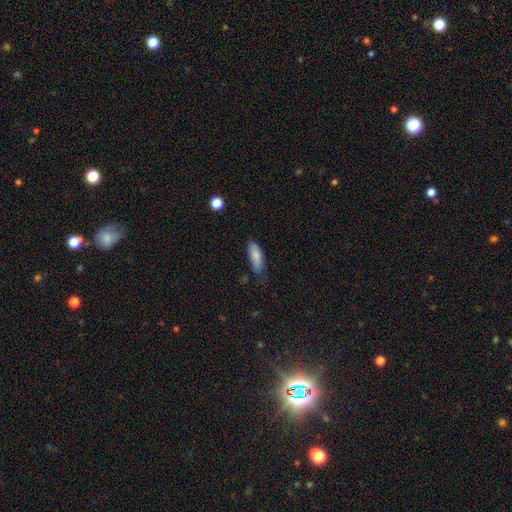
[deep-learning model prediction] Smooth or featured? Predicted: smooth (p=0.82). How rounded? Predicted: in between (p=0.68). Merging? Predicted: none (p=0.62).